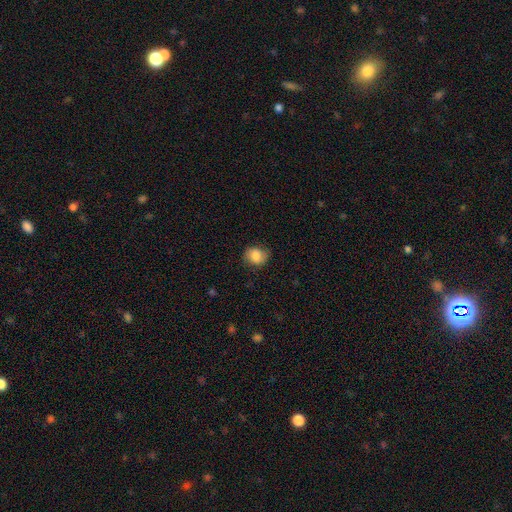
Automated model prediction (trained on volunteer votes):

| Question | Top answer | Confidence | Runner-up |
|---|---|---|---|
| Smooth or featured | smooth | 81% | featured or disk (11%) |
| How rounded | round | 63% | in between (37%) |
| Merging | none | 78% | minor disturbance (17%) |